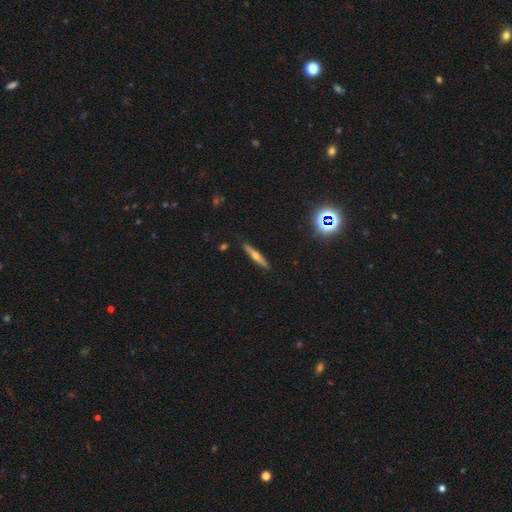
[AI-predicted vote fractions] This appears to be a featured or disk galaxy (54%) viewed edge-on (96%) with a rounded central bulge (86%). Merging: none (89%).